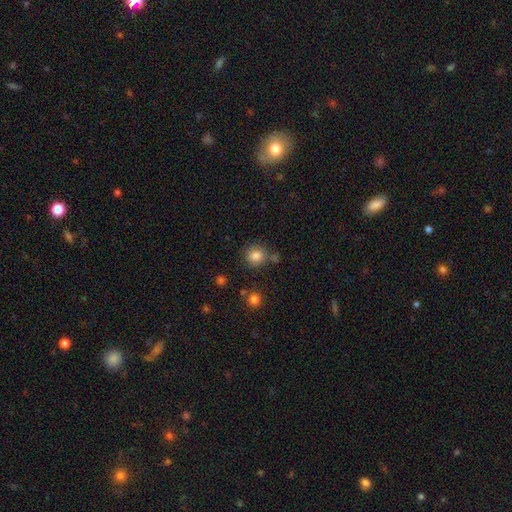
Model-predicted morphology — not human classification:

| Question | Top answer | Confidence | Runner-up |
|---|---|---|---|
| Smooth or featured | smooth | 83% | star or artifact (11%) |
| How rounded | round | 83% | in between (16%) |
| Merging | none | 73% | minor disturbance (14%) |